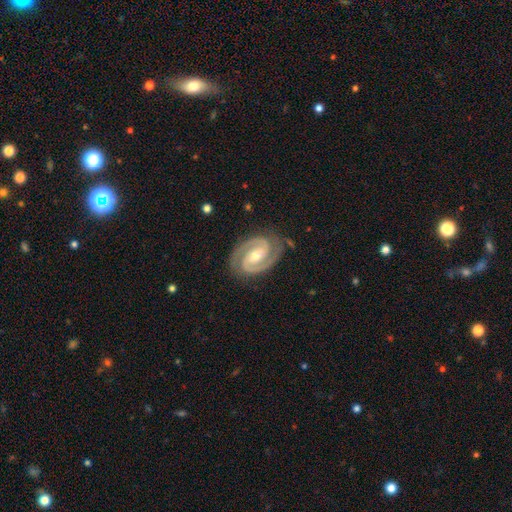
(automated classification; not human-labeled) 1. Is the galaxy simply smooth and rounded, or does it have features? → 93% featured or disk, 3% star or artifact, 3% smooth.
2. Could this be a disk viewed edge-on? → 98% no, 2% yes.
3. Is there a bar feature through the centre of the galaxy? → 39% strong (tied), 39% weak (tied), 22% no.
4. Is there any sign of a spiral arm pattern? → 99% yes, 1% no.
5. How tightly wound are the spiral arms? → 55% tight, 40% medium, 4% loose.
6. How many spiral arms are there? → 94% 2, 2% 3, 2% can't tell, 1% 1, 1% 4, 1% more than 4.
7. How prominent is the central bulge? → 54% moderate, 42% small, 2% large, 1% none, 1% dominant.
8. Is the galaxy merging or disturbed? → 84% none, 12% minor disturbance, 3% major disturbance, 1% merger.